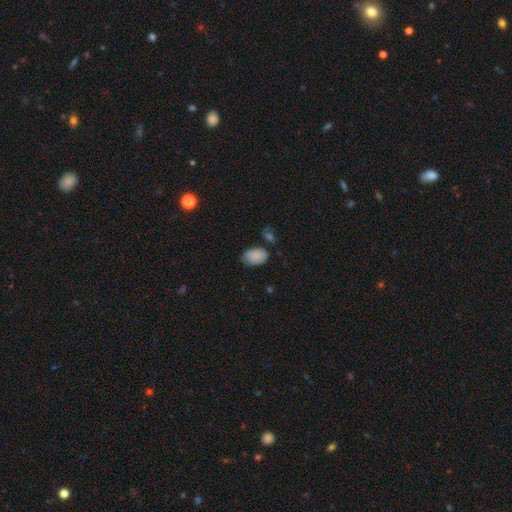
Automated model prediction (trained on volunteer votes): Smooth or featured? smooth (84%)
How rounded? in between (89%)
Merging? none (60%)